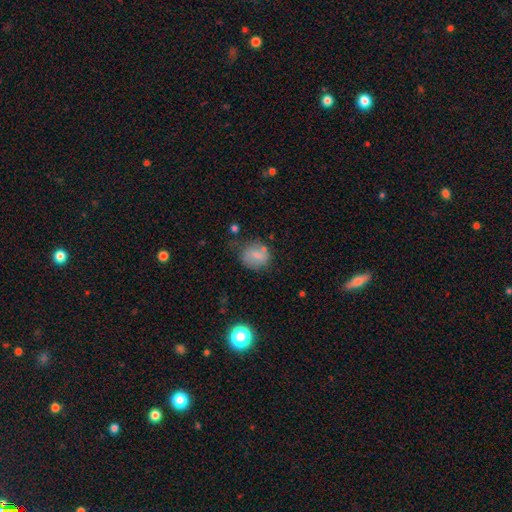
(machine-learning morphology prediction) smooth_or_featured: smooth (p=0.71) [alt: featured or disk p=0.19]
how_rounded: round (p=0.67) [alt: in between p=0.32]
merging: none (p=0.63) [alt: minor disturbance p=0.22]